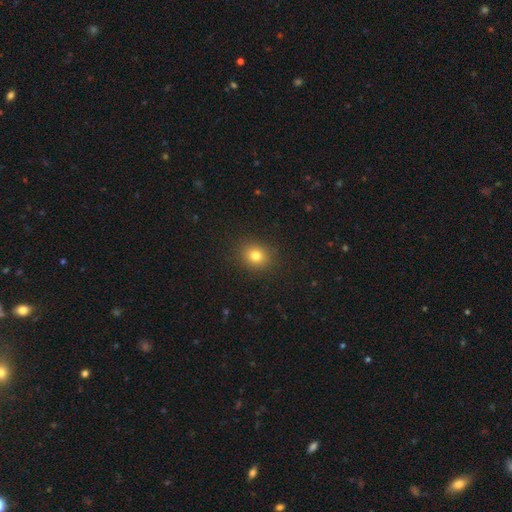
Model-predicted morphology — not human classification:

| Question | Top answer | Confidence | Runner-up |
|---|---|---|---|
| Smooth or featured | smooth | 79% | star or artifact (13%) |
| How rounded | round | 74% | in between (25%) |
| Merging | none | 89% | minor disturbance (7%) |